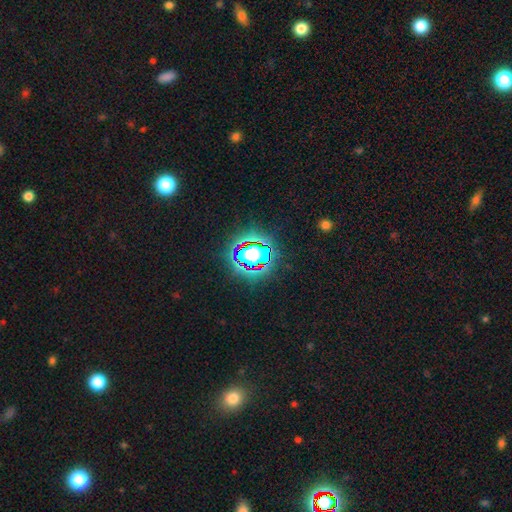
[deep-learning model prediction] smooth-or-featured: star or artifact: 74% | smooth: 15% | featured or disk: 10%